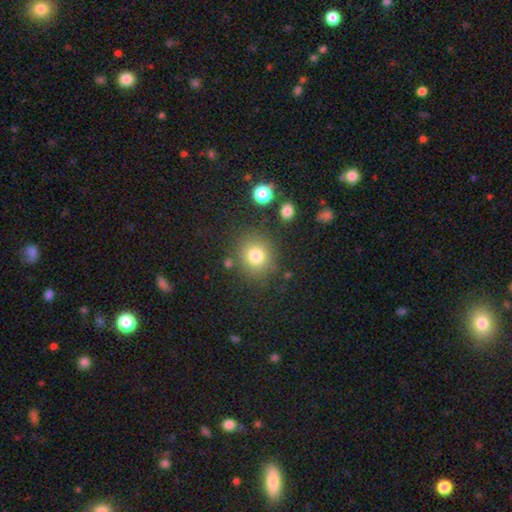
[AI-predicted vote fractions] This is likely a smooth galaxy (79%). How rounded: clearly round (86%). Merging: clearly none (82%).